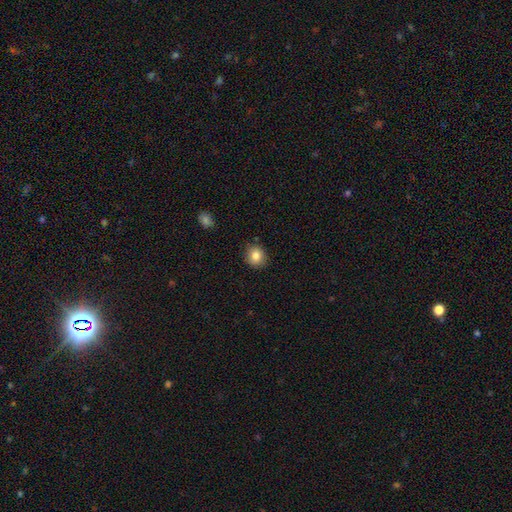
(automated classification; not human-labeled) smooth_or_featured: smooth (p=0.83) [alt: star or artifact p=0.10]
how_rounded: round (p=0.83) [alt: in between p=0.16]
merging: none (p=0.88) [alt: minor disturbance p=0.09]